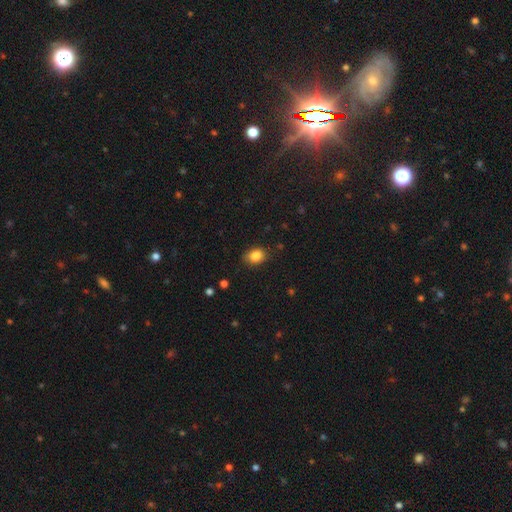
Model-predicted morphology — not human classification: Smooth or featured? smooth (86%)
How rounded? in between (70%)
Merging? none (82%)